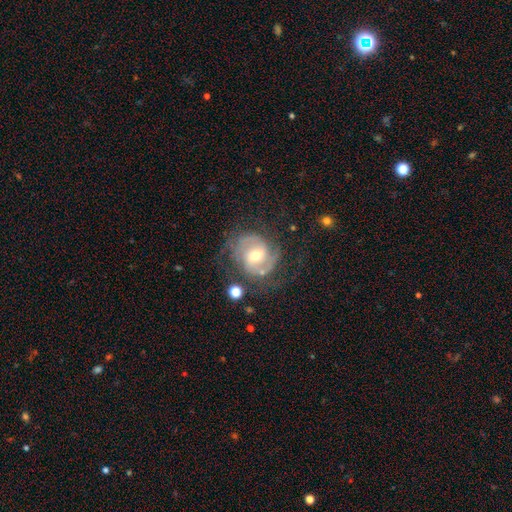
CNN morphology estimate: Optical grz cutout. It shows a featured or disk galaxy (84%) with a weak bar (49%), 2 (62%) tight (44%) spiral arms (93%) and a moderate central bulge (62%). Merging: none (62%).